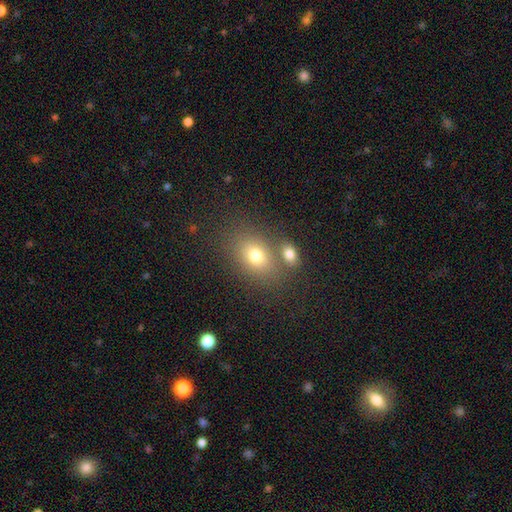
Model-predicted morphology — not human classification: smooth_or_featured: smooth (p=0.74) [alt: featured or disk p=0.13]
how_rounded: in between (p=0.69) [alt: round p=0.29]
merging: none (p=0.61) [alt: merger p=0.23]